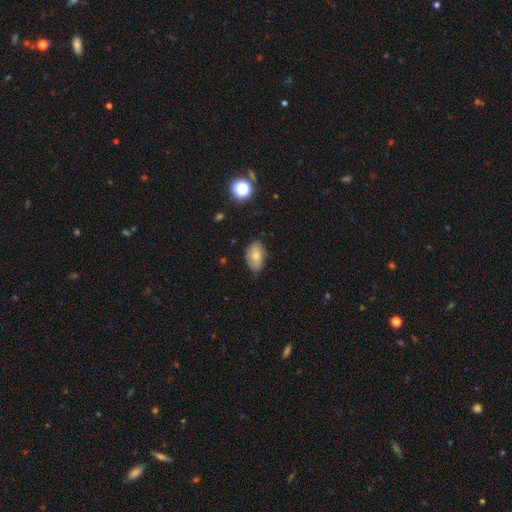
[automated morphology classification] Smooth or featured? Predicted: smooth (p=0.75). How rounded? Predicted: in between (p=0.90). Merging? Predicted: none (p=0.71).